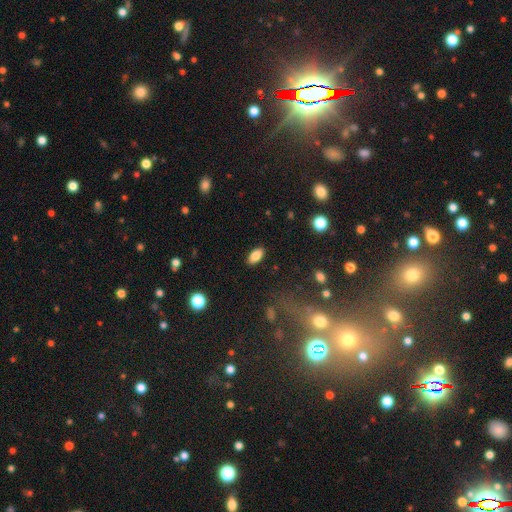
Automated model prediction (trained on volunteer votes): smooth 85%, star or artifact 8%, featured or disk 7%. Down the decision tree: how rounded — in between (91%); merging — none (88%).